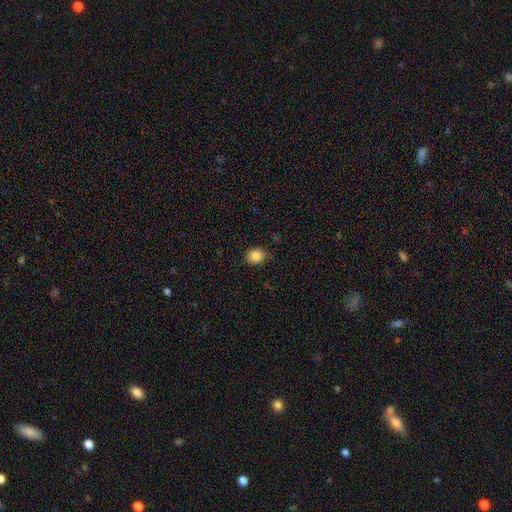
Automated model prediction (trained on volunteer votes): smooth_or_featured: smooth (p=0.86) [alt: star or artifact p=0.10]
how_rounded: round (p=0.69) [alt: in between p=0.30]
merging: none (p=0.82) [alt: minor disturbance p=0.14]